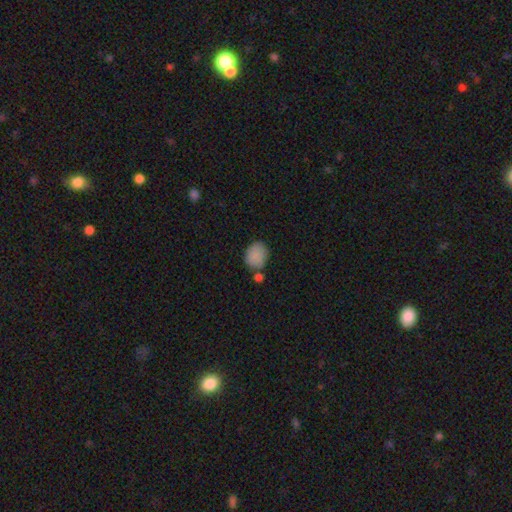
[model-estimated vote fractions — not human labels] Smooth or featured?
  - smooth: 86% *
  - star or artifact: 9%
  - featured or disk: 5%
How rounded?
  - in between: 51% *
  - round: 48%
  - cigar-shaped: 1%
Merging?
  - none: 61% *
  - minor disturbance: 17%
  - merger: 16%
  - major disturbance: 6%